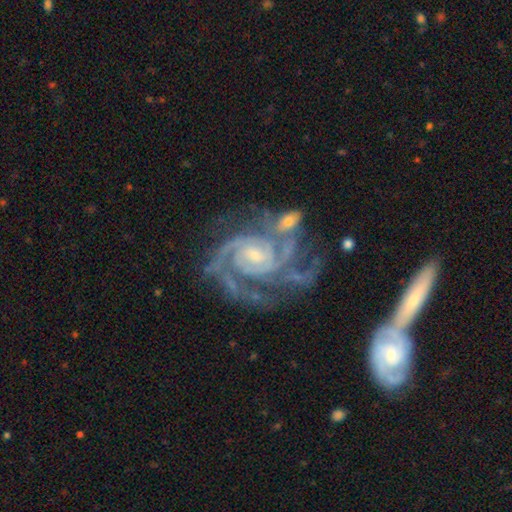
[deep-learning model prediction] A featured or disk galaxy (93%) with no bar (51%), 2 (41%) tight (64%) spiral arms (98%) and a small central bulge (62%).

Vote fractions:
- Smooth or featured? featured or disk: 93% / star or artifact: 5% / smooth: 3%
- Edge-on disk? no: 98% / yes: 2%
- Bar? no: 51% / weak: 36% / strong: 13%
- Spiral arms? yes: 98% / no: 2%
- Spiral winding? tight: 64% / medium: 32% / loose: 4%
- Spiral arm count? 2: 41% / 3: 29% / can't tell: 11% / 4: 9% / more than 4: 5% / 1: 5%
- Bulge size? small: 62% / moderate: 31% / none: 4% / large: 2% / dominant: 1%
- Merging? none: 43% / merger: 22% / minor disturbance: 19% / major disturbance: 15%